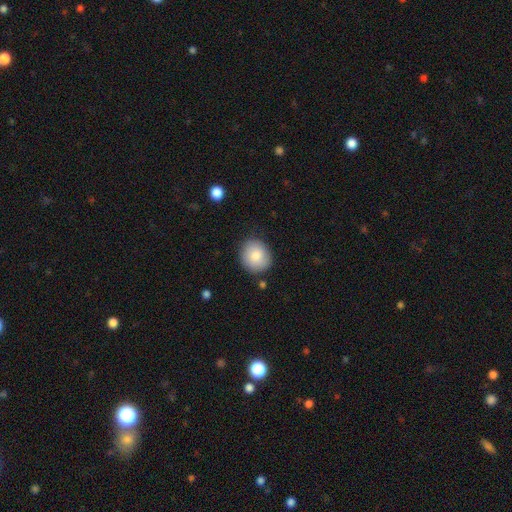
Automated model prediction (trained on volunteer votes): Overall: smooth (83%). How rounded: round (78%). Merging: none (85%).